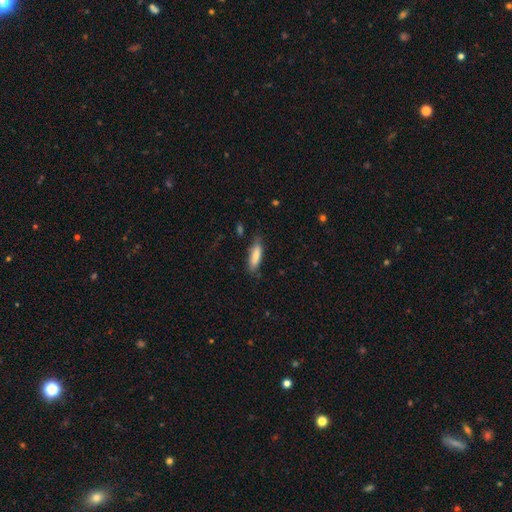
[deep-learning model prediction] This appears to be a smooth galaxy with no disk features (80%) that is cigar-shaped (51%). Merging: none (71%).